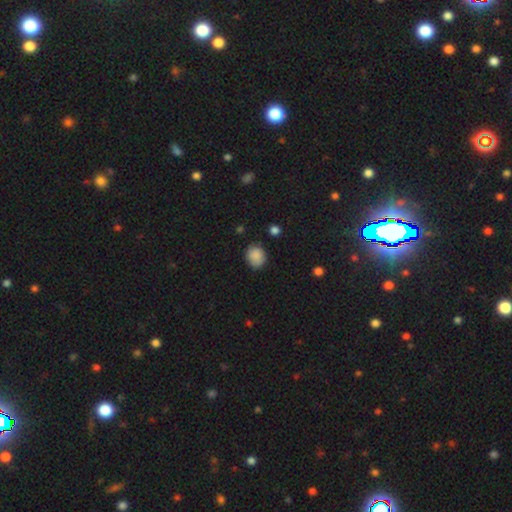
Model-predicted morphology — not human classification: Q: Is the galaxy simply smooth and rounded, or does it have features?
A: smooth — 87%.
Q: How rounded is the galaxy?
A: round — 67%.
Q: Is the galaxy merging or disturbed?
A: none — 80%.